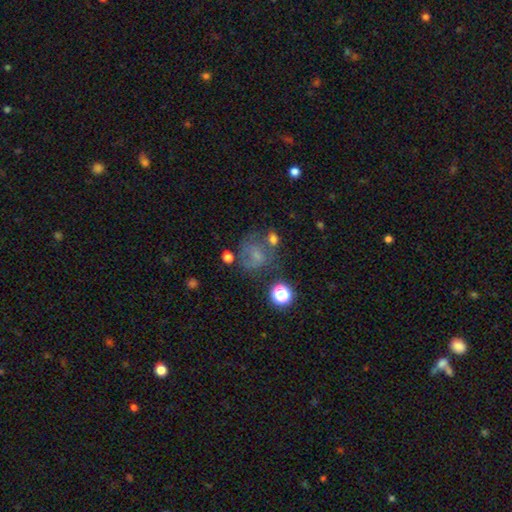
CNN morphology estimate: A smooth galaxy with no disk features (47%).

Vote fractions:
- Smooth or featured? smooth: 47% / featured or disk: 32% / star or artifact: 21%
- Merging? none: 47% / minor disturbance: 21% / major disturbance: 20% / merger: 13%